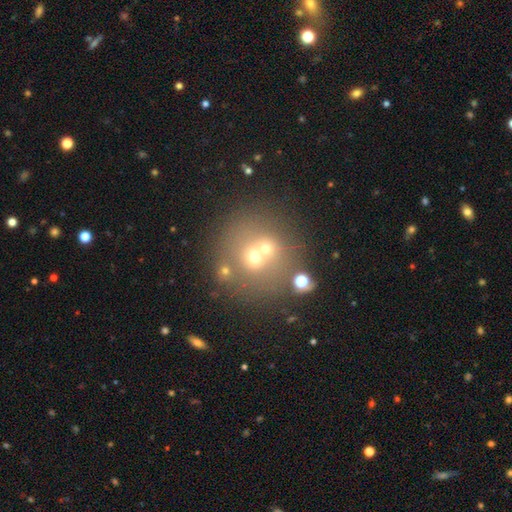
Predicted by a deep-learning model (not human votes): Smooth or featured: smooth — 55% (featured or disk — 25%)
How rounded: round — 86% (in between — 13%)
Merging: none — 47% (merger — 40%)